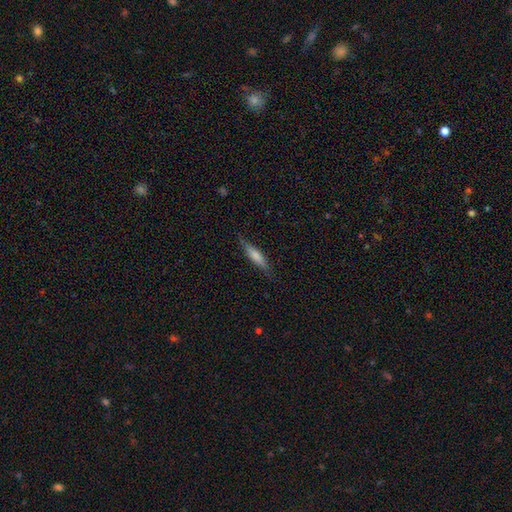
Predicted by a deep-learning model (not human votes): This appears to be a smooth galaxy with no disk features (65%) that is cigar-shaped (80%). Merging: none (81%).